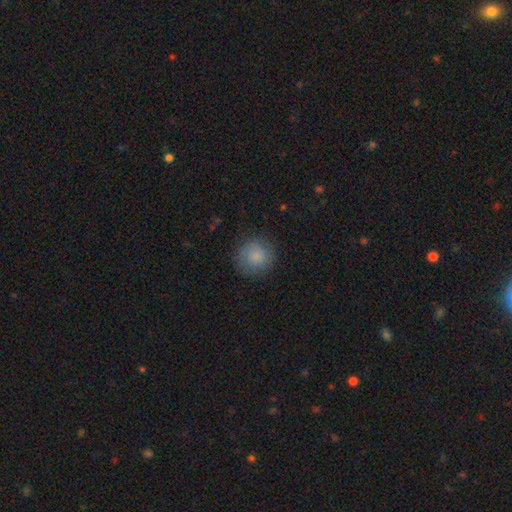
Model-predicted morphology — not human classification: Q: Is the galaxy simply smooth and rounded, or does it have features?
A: smooth — 86%.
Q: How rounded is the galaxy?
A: round — 92%.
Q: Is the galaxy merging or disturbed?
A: none — 84%.